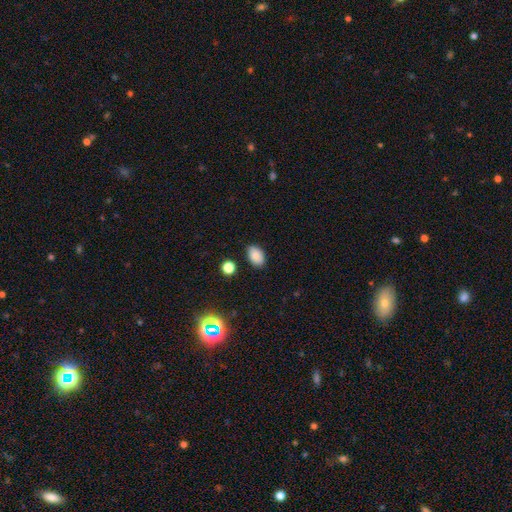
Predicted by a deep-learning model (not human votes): Overall: smooth (85%). How rounded: in between (87%). Merging: none (84%).